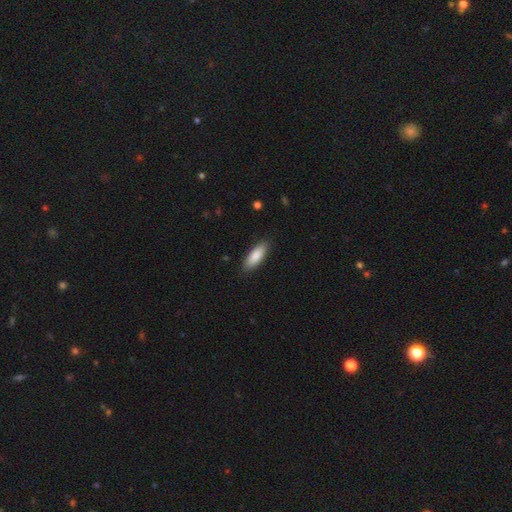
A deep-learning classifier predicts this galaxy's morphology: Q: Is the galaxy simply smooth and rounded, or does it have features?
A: smooth — 86%.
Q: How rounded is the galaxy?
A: in between — 61%.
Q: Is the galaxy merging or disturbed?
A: none — 88%.